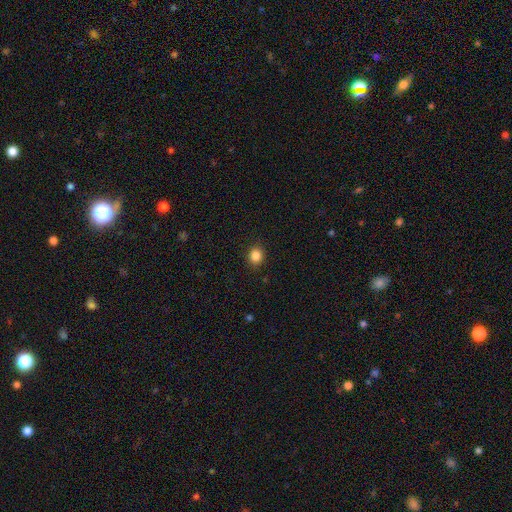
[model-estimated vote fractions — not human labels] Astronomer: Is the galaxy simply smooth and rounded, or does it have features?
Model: smooth — 85%.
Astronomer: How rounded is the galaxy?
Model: round — 75%.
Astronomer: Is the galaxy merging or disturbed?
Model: none — 90%.